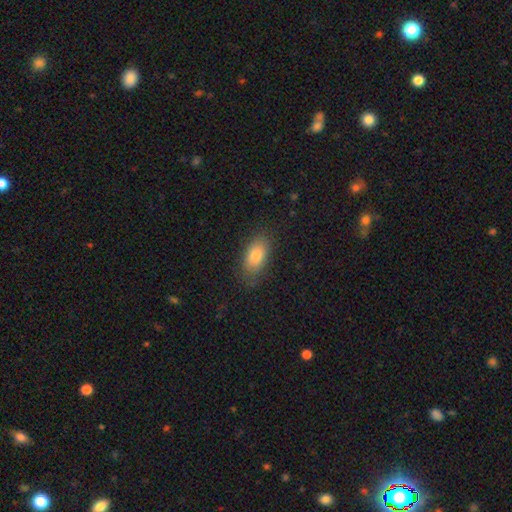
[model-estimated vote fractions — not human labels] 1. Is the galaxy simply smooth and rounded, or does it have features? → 82% smooth, 10% featured or disk, 8% star or artifact.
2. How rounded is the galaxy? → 88% in between, 6% cigar-shaped, 6% round.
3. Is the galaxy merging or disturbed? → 79% none, 15% minor disturbance, 4% major disturbance, 1% merger.